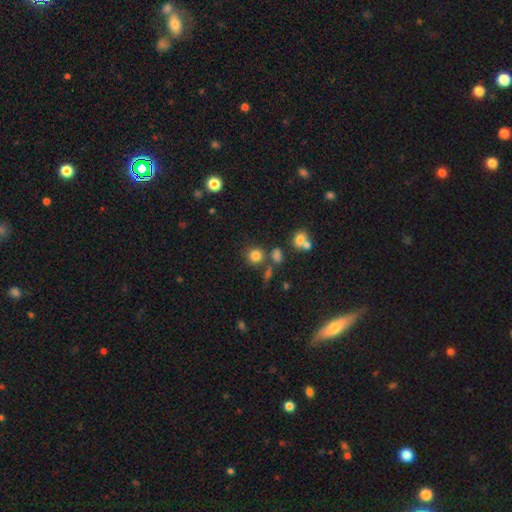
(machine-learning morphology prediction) A smooth galaxy with no disk features (79%) that is round (88%). Merging: none (72%).